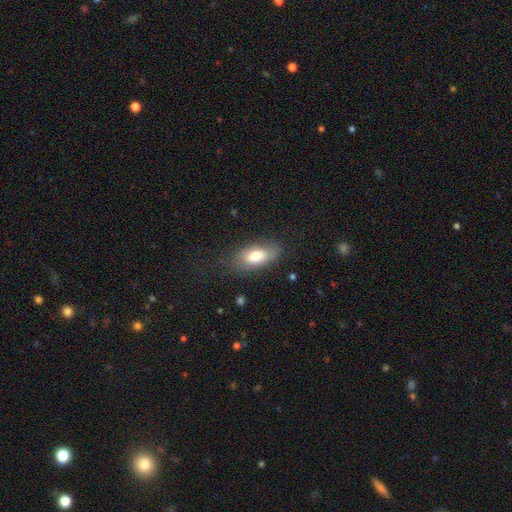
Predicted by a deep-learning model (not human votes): Smooth or featured? smooth (73%)
How rounded? in between (88%)
Merging? none (73%)